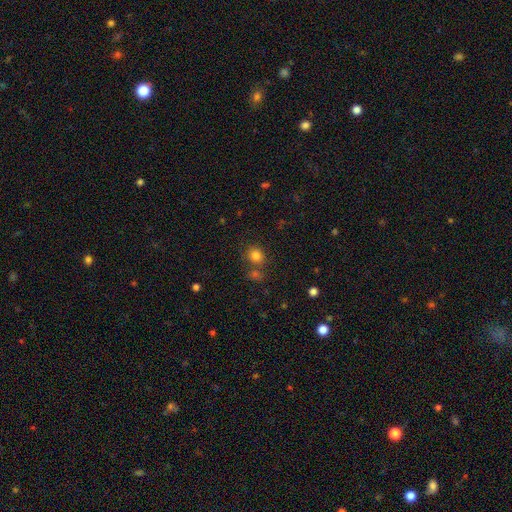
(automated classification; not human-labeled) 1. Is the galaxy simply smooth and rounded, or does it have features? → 80% smooth, 14% star or artifact, 6% featured or disk.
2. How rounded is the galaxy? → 74% round, 25% in between, 1% cigar-shaped.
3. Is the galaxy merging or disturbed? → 67% none, 19% merger, 10% minor disturbance, 4% major disturbance.